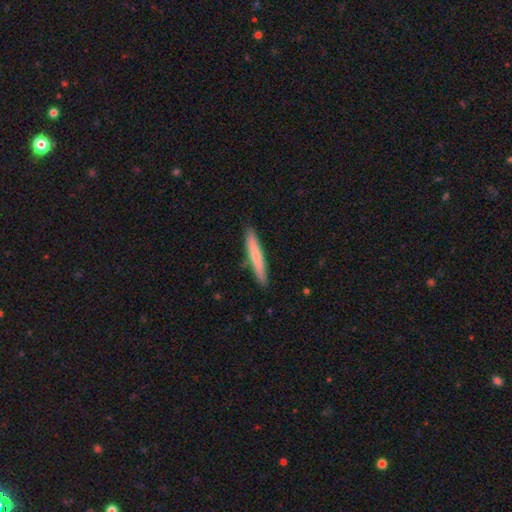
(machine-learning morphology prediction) This appears to be a smooth galaxy with no disk features (64%) that is cigar-shaped (94%). Merging: none (89%).